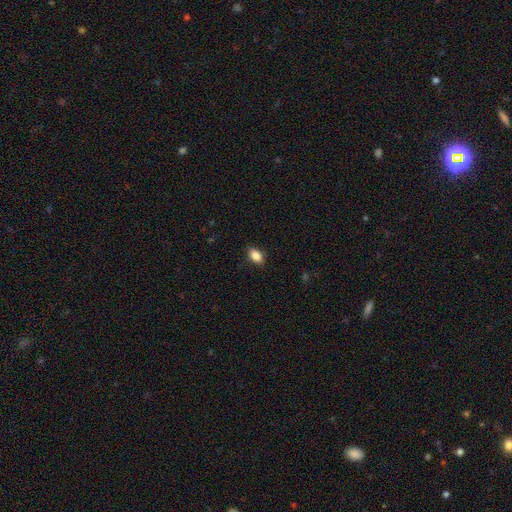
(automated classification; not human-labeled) Smooth or featured: smooth — 85% (star or artifact — 8%)
How rounded: in between — 88% (round — 8%)
Merging: none — 85% (minor disturbance — 12%)